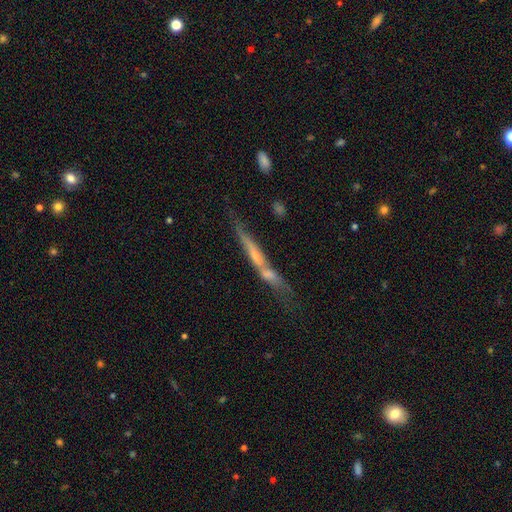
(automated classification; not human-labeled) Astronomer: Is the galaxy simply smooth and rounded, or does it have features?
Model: featured or disk — 63%.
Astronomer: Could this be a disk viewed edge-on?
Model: yes — 91%.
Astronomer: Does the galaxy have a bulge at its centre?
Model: rounded — 49% (runner-up: none, 42%).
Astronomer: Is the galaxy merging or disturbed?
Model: none — 65%.